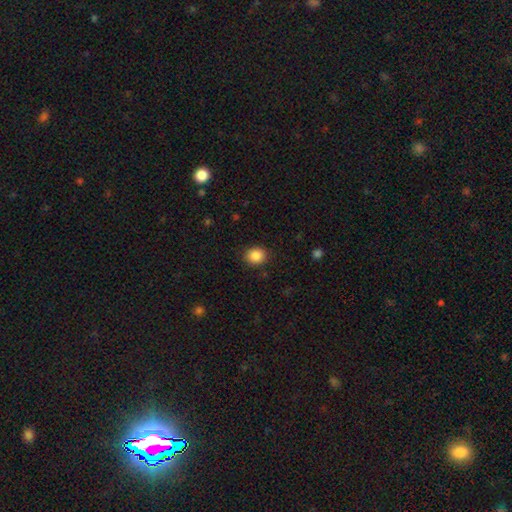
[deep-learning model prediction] Q: Smooth or featured?
A: smooth (87%); runner-up: star or artifact (9%)
Q: How rounded?
A: round (71%); runner-up: in between (29%)
Q: Merging?
A: none (88%); runner-up: minor disturbance (8%)